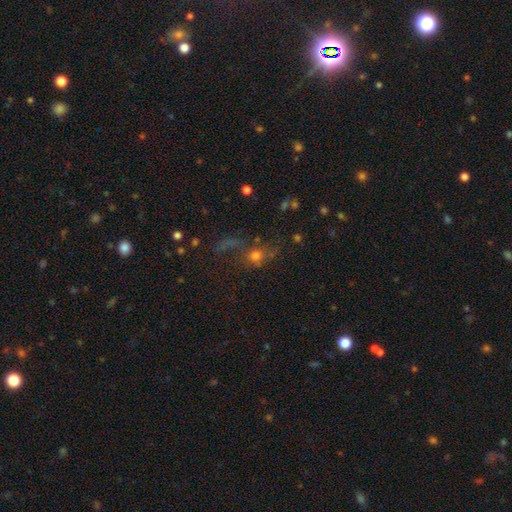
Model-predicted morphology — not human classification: A smooth galaxy with no disk features (43%). Merging: none (41%).